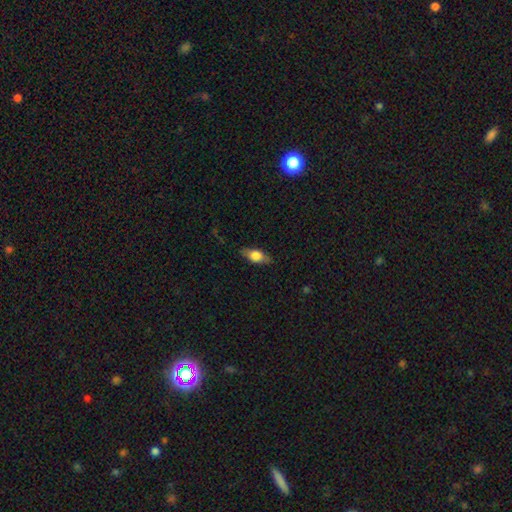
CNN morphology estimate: This is possibly a smooth galaxy (59%). How rounded: likely in between (76%). Merging: clearly none (82%).